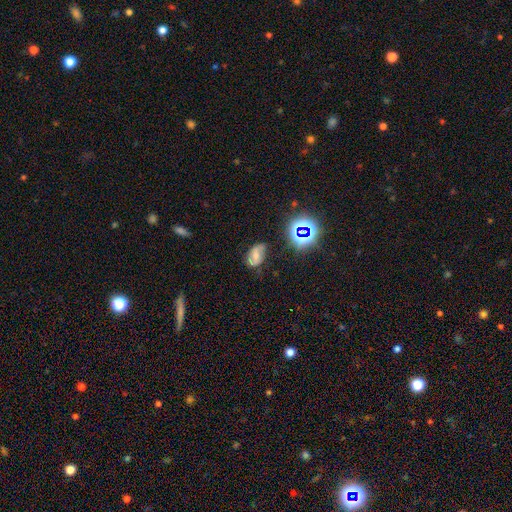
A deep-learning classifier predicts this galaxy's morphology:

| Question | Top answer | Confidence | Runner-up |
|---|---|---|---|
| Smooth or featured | featured or disk | 52% | smooth (31%) |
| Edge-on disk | no | 96% | yes (4%) |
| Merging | none | 70% | minor disturbance (21%) |